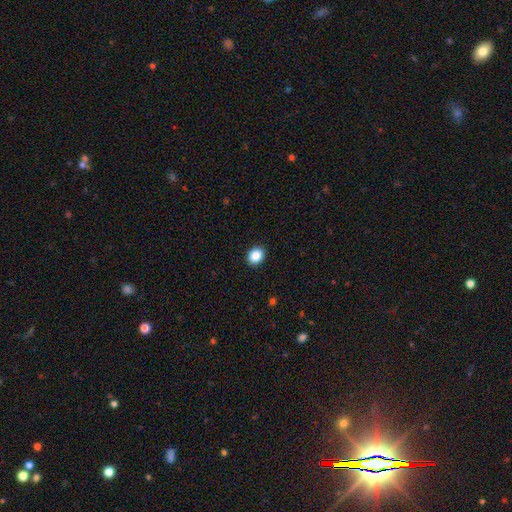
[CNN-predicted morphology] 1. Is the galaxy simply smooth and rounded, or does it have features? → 88% smooth, 9% star or artifact, 3% featured or disk.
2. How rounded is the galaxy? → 61% round, 38% in between, 1% cigar-shaped.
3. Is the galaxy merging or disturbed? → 92% none, 6% minor disturbance, 2% major disturbance, 1% merger.